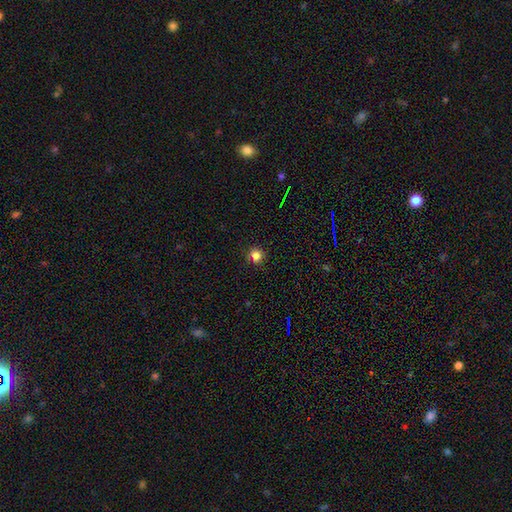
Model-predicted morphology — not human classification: type=smooth (80%); roundness=round (92%); merging=none (86%).